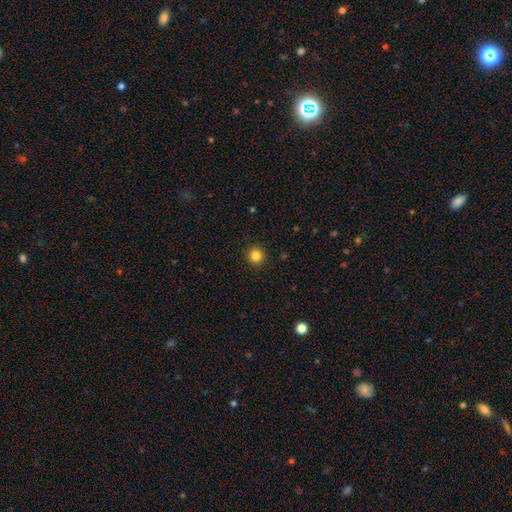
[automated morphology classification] This appears to be a smooth galaxy with no disk features (84%) that is round (95%). Merging: none (93%).